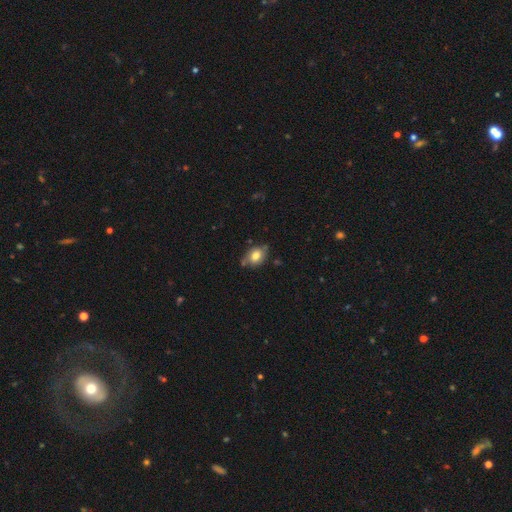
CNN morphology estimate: A smooth galaxy with no disk features (76%) that is in between round and cigar-shaped (67%).

Vote fractions:
- Smooth or featured? smooth: 76% / featured or disk: 14% / star or artifact: 9%
- How rounded? in between: 67% / round: 31% / cigar-shaped: 1%
- Merging? none: 66% / minor disturbance: 22% / merger: 8% / major disturbance: 5%